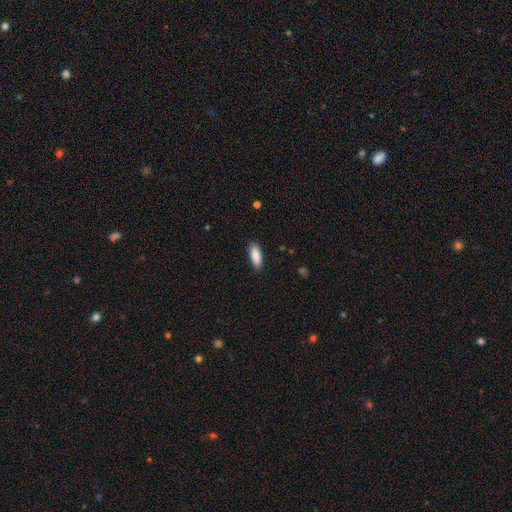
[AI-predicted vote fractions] Q: Smooth or featured?
A: smooth (89%); runner-up: star or artifact (6%)
Q: How rounded?
A: in between (70%); runner-up: cigar-shaped (29%)
Q: Merging?
A: none (88%); runner-up: minor disturbance (10%)